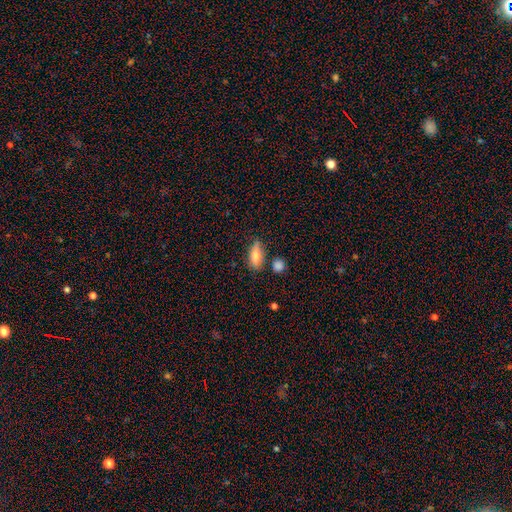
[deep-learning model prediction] smooth_or_featured: smooth (p=0.75) [alt: featured or disk p=0.17]
how_rounded: in between (p=0.76) [alt: cigar-shaped p=0.19]
merging: none (p=0.70) [alt: minor disturbance p=0.19]